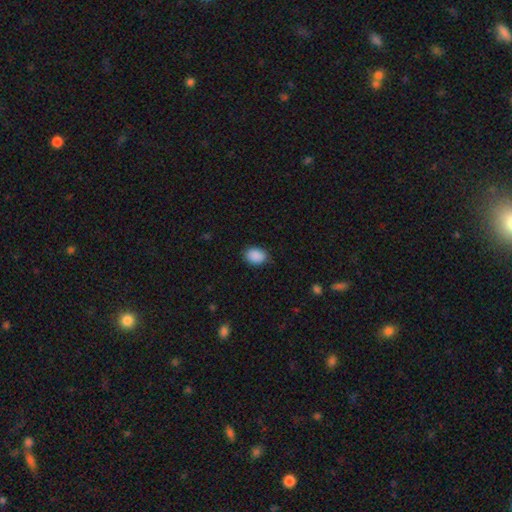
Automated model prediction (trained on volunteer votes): Smooth or featured?
  - smooth: 90% *
  - star or artifact: 8%
  - featured or disk: 3%
How rounded?
  - in between: 68% *
  - round: 31%
  - cigar-shaped: 1%
Merging?
  - none: 85% *
  - minor disturbance: 11%
  - major disturbance: 3%
  - merger: 1%